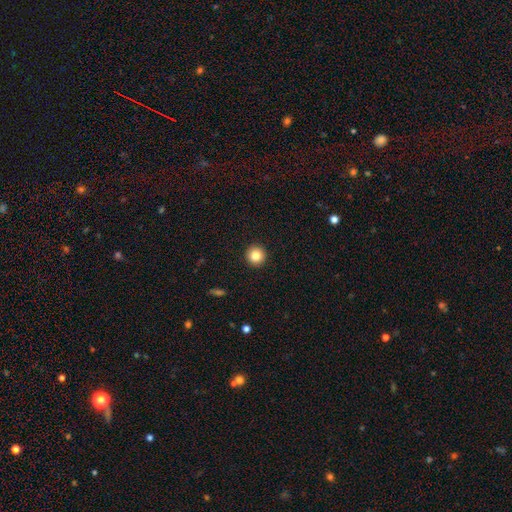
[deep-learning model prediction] Smooth or featured? Predicted: smooth (p=0.84). How rounded? Predicted: round (p=0.96). Merging? Predicted: none (p=0.93).